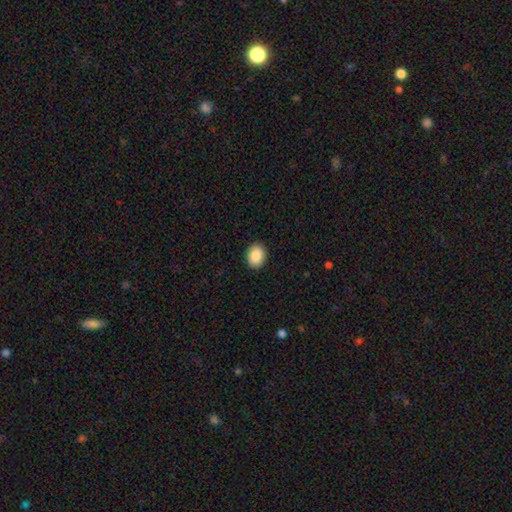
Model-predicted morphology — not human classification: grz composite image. It shows a smooth galaxy with no disk features (88%) that is in between round and cigar-shaped (57%). Merging: none (91%).